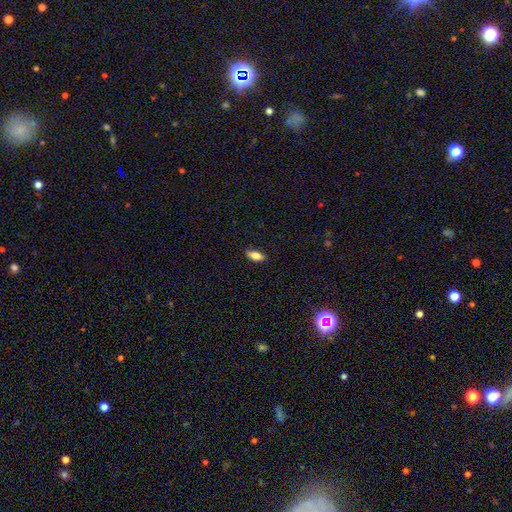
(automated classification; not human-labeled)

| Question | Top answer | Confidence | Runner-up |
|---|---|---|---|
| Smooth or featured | smooth | 78% | featured or disk (13%) |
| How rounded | in between | 82% | cigar-shaped (15%) |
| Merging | none | 80% | minor disturbance (16%) |